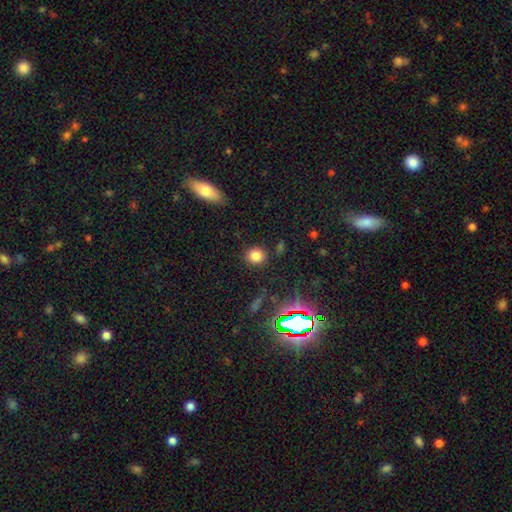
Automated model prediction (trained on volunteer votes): Smooth or featured: smooth — 78% (star or artifact — 17%)
How rounded: round — 83% (in between — 16%)
Merging: none — 85% (minor disturbance — 9%)